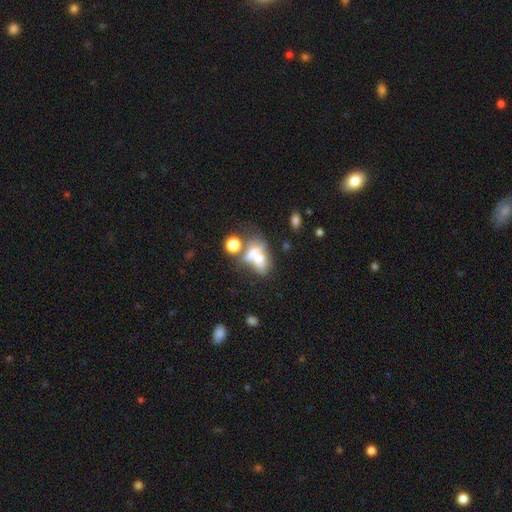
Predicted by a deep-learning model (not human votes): This appears to be a smooth galaxy with no disk features (52%) that is in between round and cigar-shaped (70%). Merging: merger (61%).